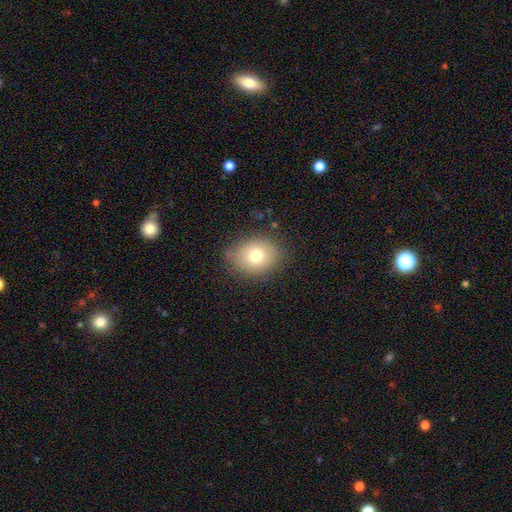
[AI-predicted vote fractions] Q: Smooth or featured?
A: smooth (75%); runner-up: featured or disk (15%)
Q: How rounded?
A: round (54%); runner-up: in between (45%)
Q: Merging?
A: none (78%); runner-up: minor disturbance (16%)